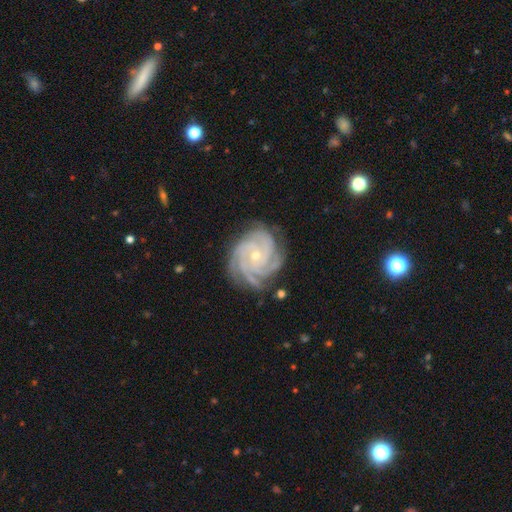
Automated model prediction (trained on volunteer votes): Smooth or featured: featured or disk — 90% (star or artifact — 5%)
Edge-on disk: no — 98% (yes — 2%)
Bar: no — 73% (weak — 21%)
Spiral arms: yes — 99% (no — 1%)
Spiral winding: tight — 79% (medium — 19%)
Spiral arm count: 4 — 47% (3 — 18%)
Bulge size: small — 70% (moderate — 27%)
Merging: none — 78% (minor disturbance — 16%)